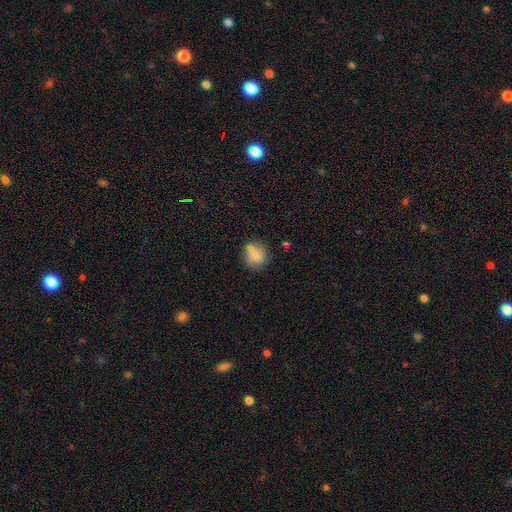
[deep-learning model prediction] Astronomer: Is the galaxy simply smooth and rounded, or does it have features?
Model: smooth — 79%.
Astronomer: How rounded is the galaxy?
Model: round — 88%.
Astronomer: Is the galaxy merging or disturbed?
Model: none — 62%.